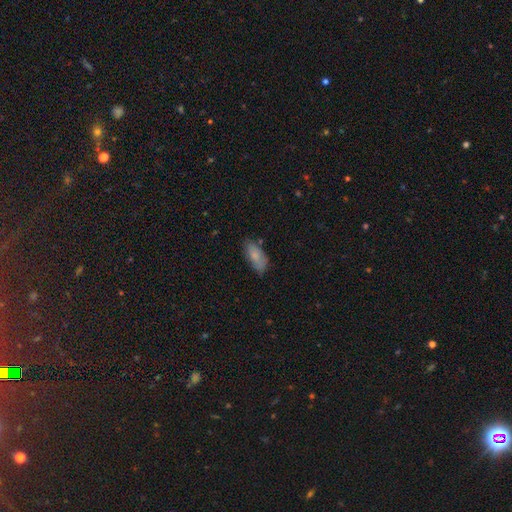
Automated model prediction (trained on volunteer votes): Smooth or featured? Predicted: smooth (p=0.77). How rounded? Predicted: in between (p=0.86). Merging? Predicted: none (p=0.68).